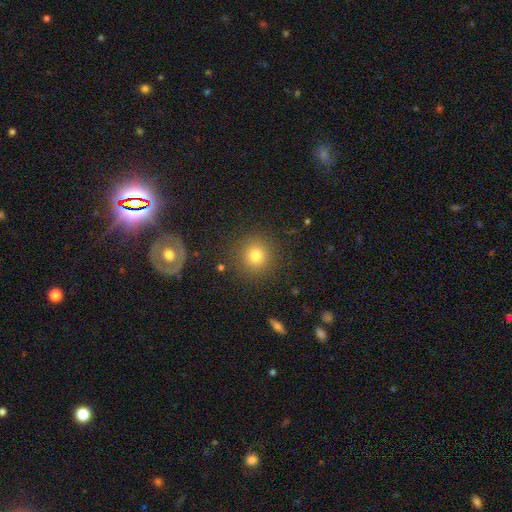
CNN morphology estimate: Smooth or featured? Predicted: smooth (p=0.78). How rounded? Predicted: round (p=0.93). Merging? Predicted: none (p=0.88).